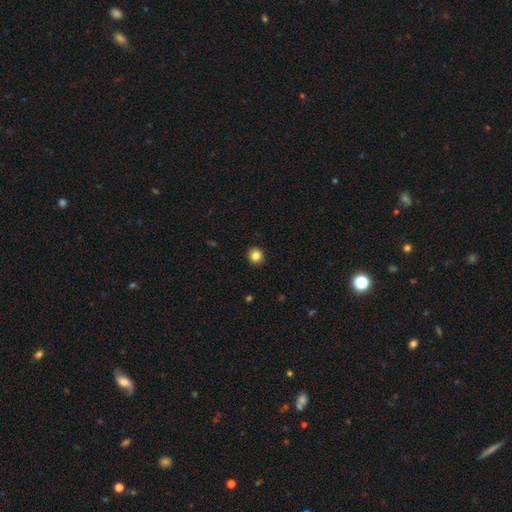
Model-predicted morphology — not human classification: smooth 84%, star or artifact 11%, featured or disk 5%. Down the decision tree: how rounded — round (91%); merging — none (92%).